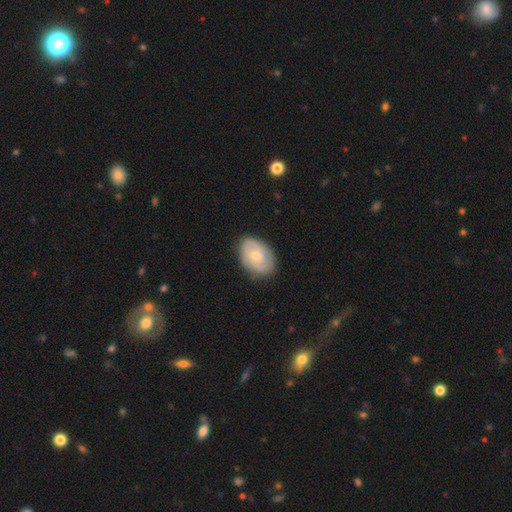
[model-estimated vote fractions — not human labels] This is possibly a featured or disk galaxy (49%). Merging: likely none (78%).